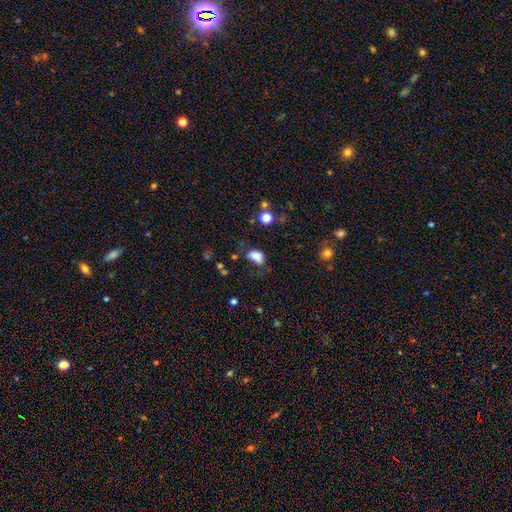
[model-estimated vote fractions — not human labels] Smooth or featured? Predicted: smooth (p=0.80). How rounded? Predicted: in between (p=0.81). Merging? Predicted: none (p=0.47).